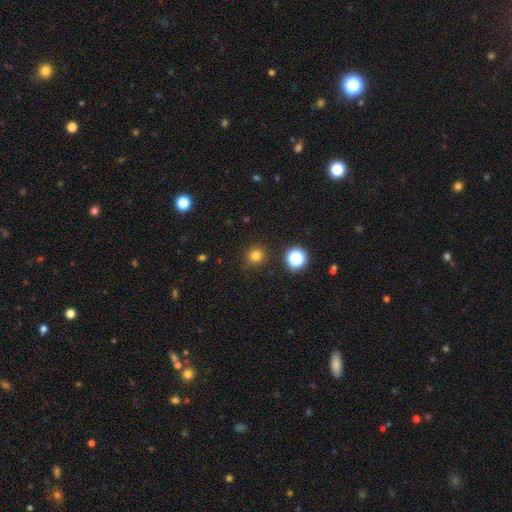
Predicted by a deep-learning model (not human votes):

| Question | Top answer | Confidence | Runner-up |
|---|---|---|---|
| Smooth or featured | smooth | 79% | star or artifact (17%) |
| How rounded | round | 93% | in between (6%) |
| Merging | none | 89% | minor disturbance (7%) |